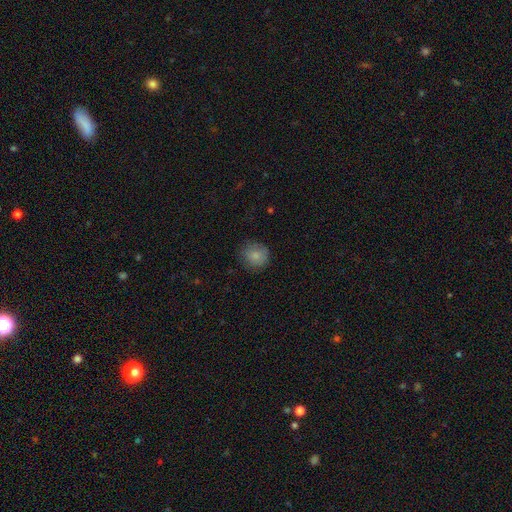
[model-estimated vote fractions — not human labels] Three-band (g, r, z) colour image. It shows a smooth galaxy with no disk features (85%) that is round (88%). Merging: none (80%).